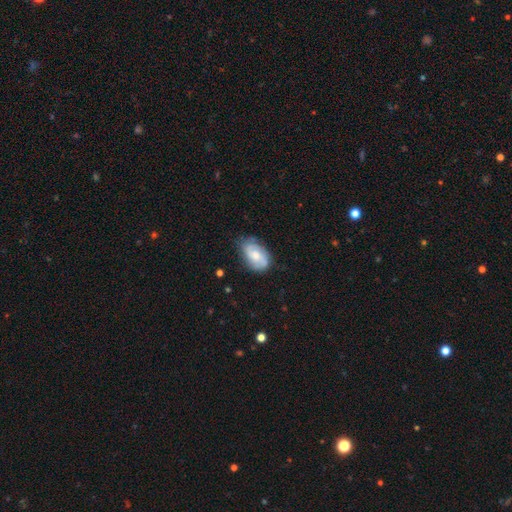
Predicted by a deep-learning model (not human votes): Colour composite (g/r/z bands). It shows a featured or disk galaxy (50%). Merging: none (68%).